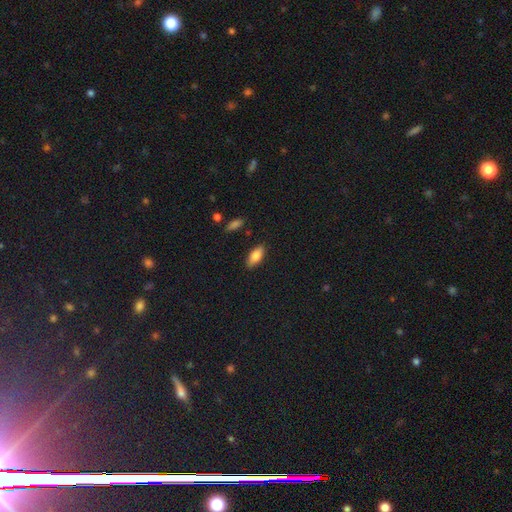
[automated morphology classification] Smooth or featured?
  - smooth: 78% *
  - featured or disk: 15%
  - star or artifact: 7%
How rounded?
  - in between: 82% *
  - cigar-shaped: 15%
  - round: 2%
Merging?
  - none: 86% *
  - minor disturbance: 10%
  - major disturbance: 2%
  - merger: 2%